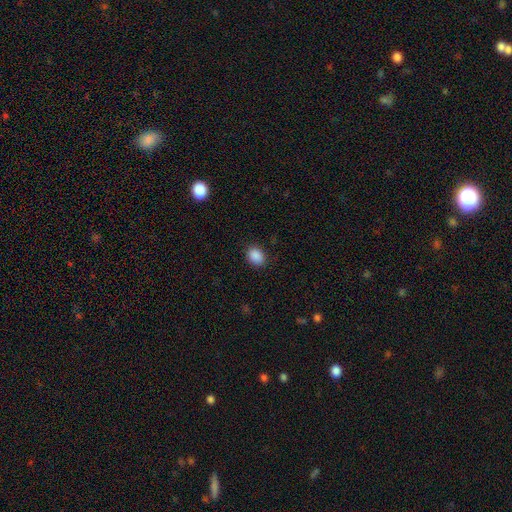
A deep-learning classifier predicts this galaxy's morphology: smooth_or_featured: smooth (p=0.89) [alt: star or artifact p=0.09]
how_rounded: in between (p=0.62) [alt: round p=0.38]
merging: none (p=0.88) [alt: minor disturbance p=0.09]